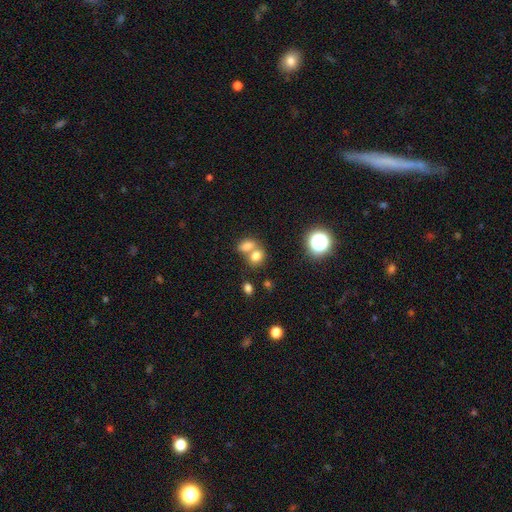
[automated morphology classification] smooth-or-featured: smooth: 74% | star or artifact: 15% | featured or disk: 11%
  how-rounded: in between: 52% | round: 46% | cigar-shaped: 1%
  merging: merger: 55% | none: 34% | minor disturbance: 7% | major disturbance: 4%